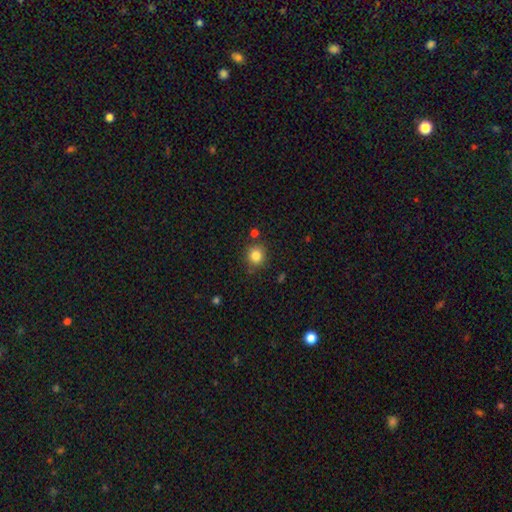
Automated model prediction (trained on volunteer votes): Smooth or featured? smooth (83%)
How rounded? round (87%)
Merging? none (82%)